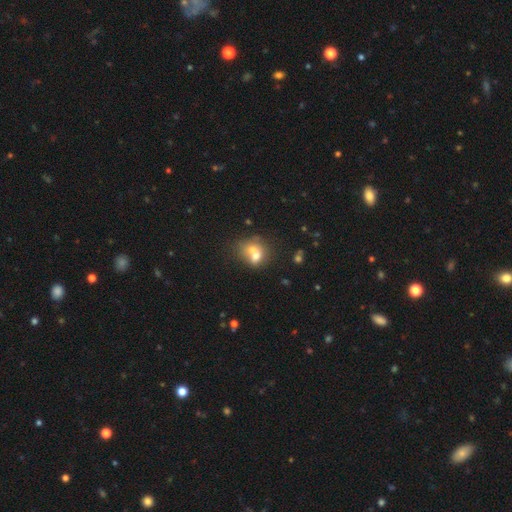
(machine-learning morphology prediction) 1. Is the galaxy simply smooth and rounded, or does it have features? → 62% smooth, 26% featured or disk, 12% star or artifact.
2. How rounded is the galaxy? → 58% round, 41% in between, 1% cigar-shaped.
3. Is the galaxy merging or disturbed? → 66% merger, 21% none, 8% minor disturbance, 5% major disturbance.